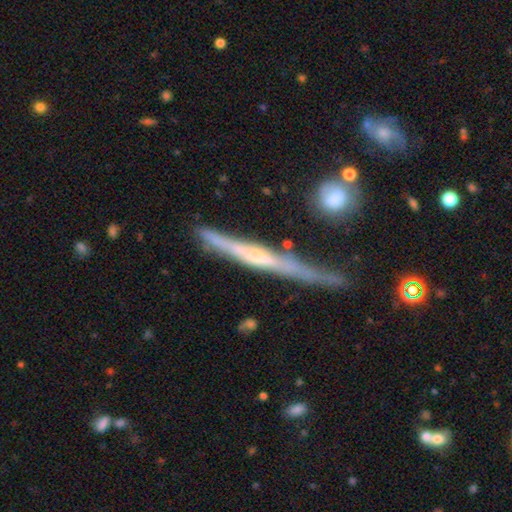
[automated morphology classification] Smooth or featured? Predicted: featured or disk (p=0.73). Edge-on disk? Predicted: yes (p=0.96). Edge-on bulge? Predicted: rounded (p=0.45). Merging? Predicted: none (p=0.73).